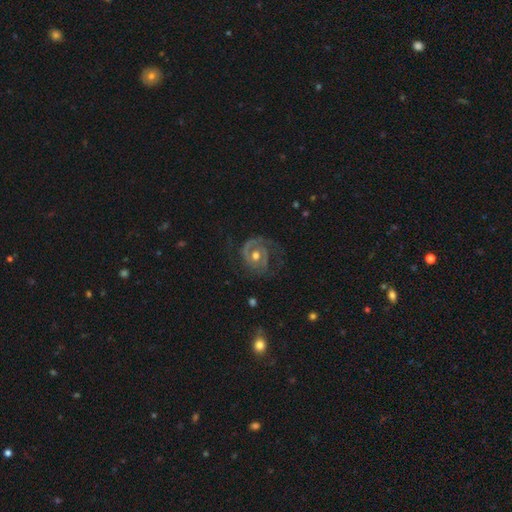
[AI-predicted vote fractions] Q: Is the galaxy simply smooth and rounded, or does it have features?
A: featured or disk — 82%.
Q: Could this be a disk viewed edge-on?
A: no — 97%.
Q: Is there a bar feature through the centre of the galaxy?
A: no — 64%.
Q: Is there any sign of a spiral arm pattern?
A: yes — 90%.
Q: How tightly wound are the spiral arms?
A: tight — 48%.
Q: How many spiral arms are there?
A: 2 — 48%.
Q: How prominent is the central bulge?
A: moderate — 76%.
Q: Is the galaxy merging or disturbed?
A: none — 59%.